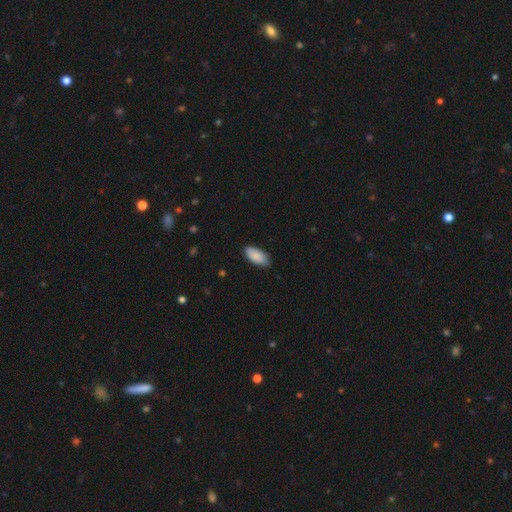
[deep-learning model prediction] A smooth galaxy with no disk features (90%) that is in between round and cigar-shaped (92%). Merging: none (85%).